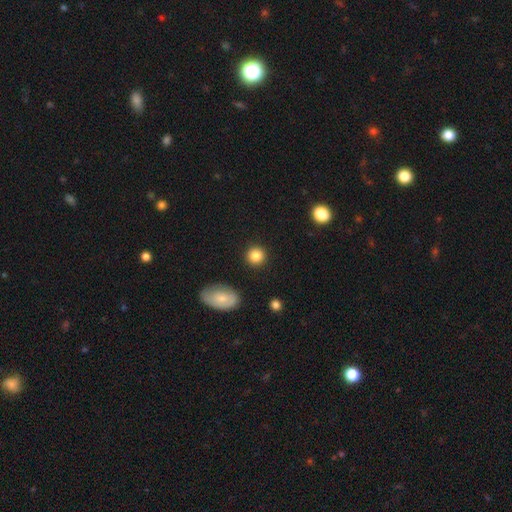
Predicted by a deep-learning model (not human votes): smooth 85%, star or artifact 9%, featured or disk 6%. Down the decision tree: how rounded — round (91%); merging — none (90%).